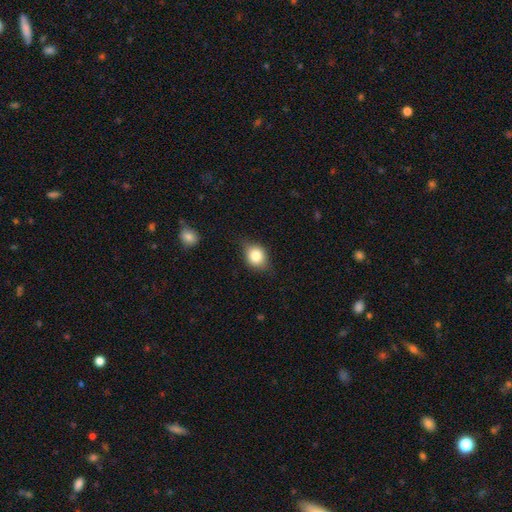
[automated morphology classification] This appears to be a smooth galaxy with no disk features (78%) that is round (51%). Merging: none (69%).